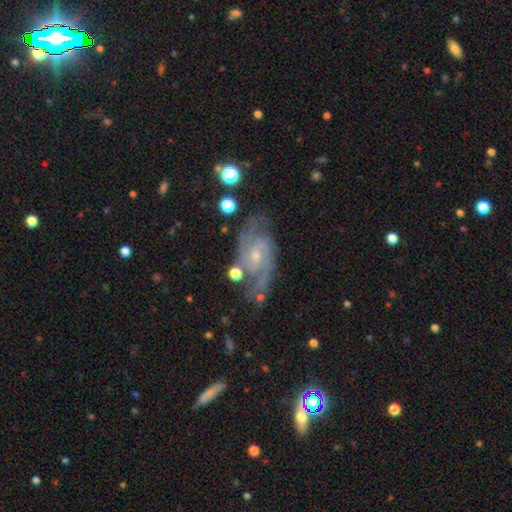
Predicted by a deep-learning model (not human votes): The model was most divided on "bar": weak: 48%, no: 41%, strong: 11%. More confident: spiral arms — yes (97%); edge-on disk — no (97%); smooth or featured — featured or disk (88%); merging — none (69%); spiral arm count — 2 (66%); bulge size — small (63%); spiral winding — medium (50%).